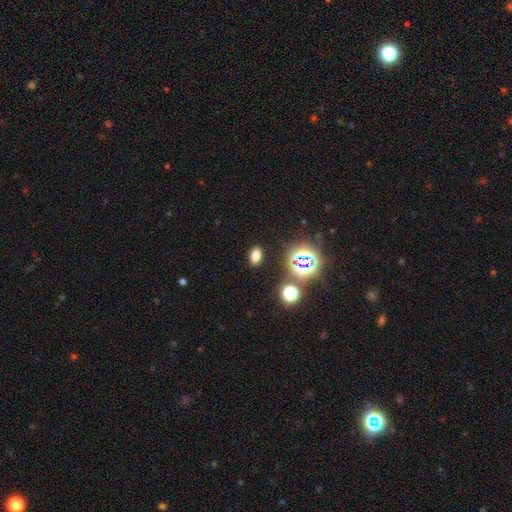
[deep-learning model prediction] Smooth or featured?
  - smooth: 71% *
  - star or artifact: 23%
  - featured or disk: 6%
How rounded?
  - in between: 84% *
  - round: 13%
  - cigar-shaped: 2%
Merging?
  - none: 88% *
  - minor disturbance: 7%
  - major disturbance: 3%
  - merger: 2%